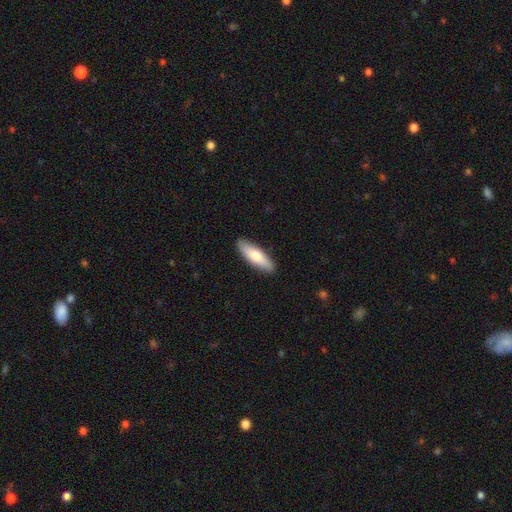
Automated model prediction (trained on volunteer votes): A smooth galaxy with no disk features (71%) that is cigar-shaped (56%).

Vote fractions:
- Smooth or featured? smooth: 71% / featured or disk: 24% / star or artifact: 5%
- How rounded? cigar-shaped: 56% / in between: 42% / round: 2%
- Merging? none: 89% / minor disturbance: 8% / major disturbance: 2% / merger: 1%